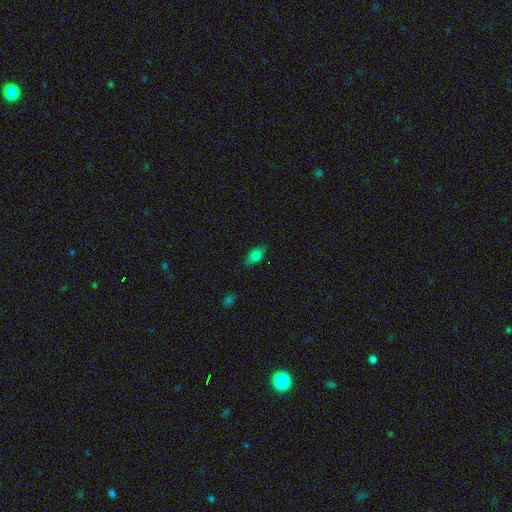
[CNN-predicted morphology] smooth-or-featured: smooth: 71% | featured or disk: 20% | star or artifact: 9%
  how-rounded: in between: 82% | cigar-shaped: 10% | round: 8%
  merging: none: 81% | minor disturbance: 15% | major disturbance: 3% | merger: 1%